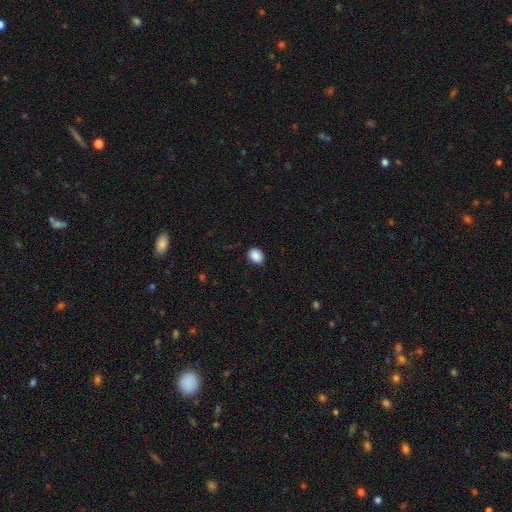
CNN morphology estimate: Smooth or featured: smooth — 89% (star or artifact — 8%)
How rounded: in between — 58% (round — 41%)
Merging: none — 87% (minor disturbance — 10%)